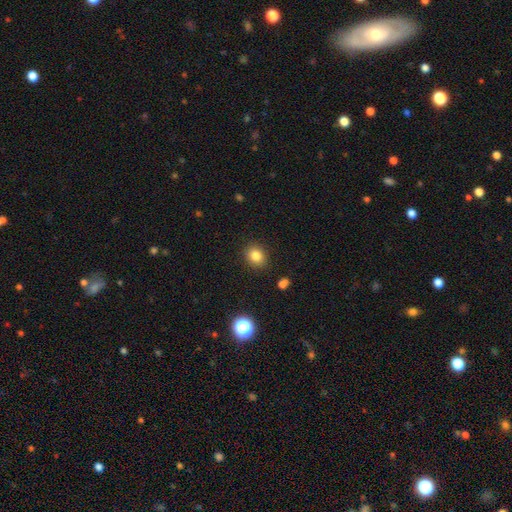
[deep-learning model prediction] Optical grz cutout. It shows a smooth galaxy with no disk features (82%) that is round (60%). Merging: none (88%).